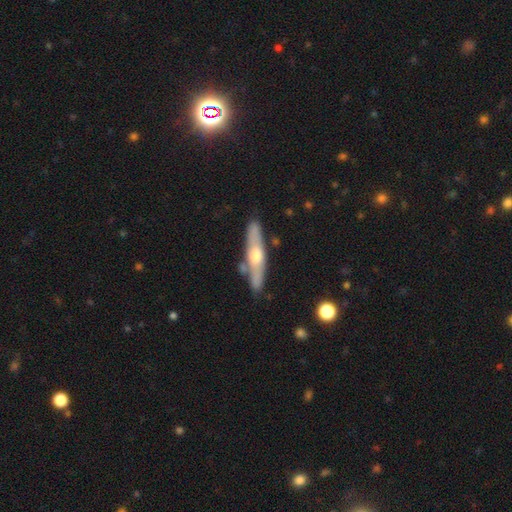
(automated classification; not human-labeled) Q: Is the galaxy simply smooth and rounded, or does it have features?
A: featured or disk — 69%.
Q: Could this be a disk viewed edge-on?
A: yes — 82%.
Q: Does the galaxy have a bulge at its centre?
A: rounded — 89%.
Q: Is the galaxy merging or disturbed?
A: none — 81%.